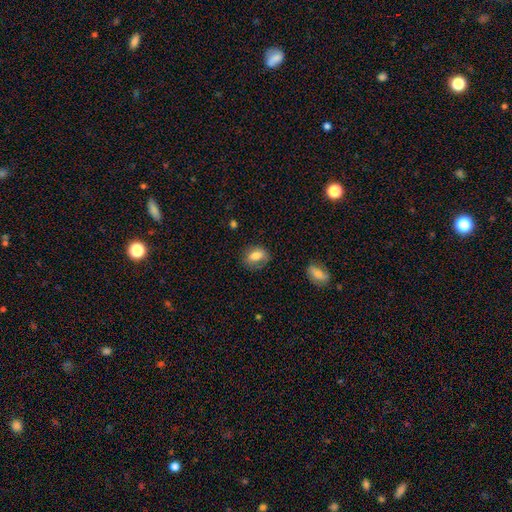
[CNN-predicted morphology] smooth-or-featured: smooth: 77% | featured or disk: 15% | star or artifact: 8%
  how-rounded: in between: 75% | round: 23% | cigar-shaped: 3%
  merging: none: 73% | minor disturbance: 19% | major disturbance: 6% | merger: 2%